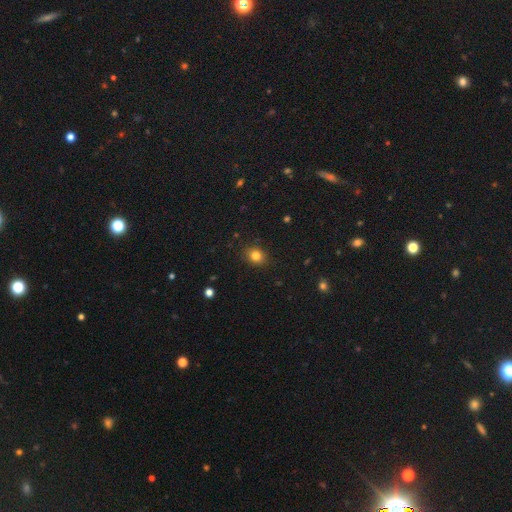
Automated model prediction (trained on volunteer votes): Smooth or featured: smooth — 82% (star or artifact — 12%)
How rounded: round — 61% (in between — 38%)
Merging: none — 88% (minor disturbance — 8%)